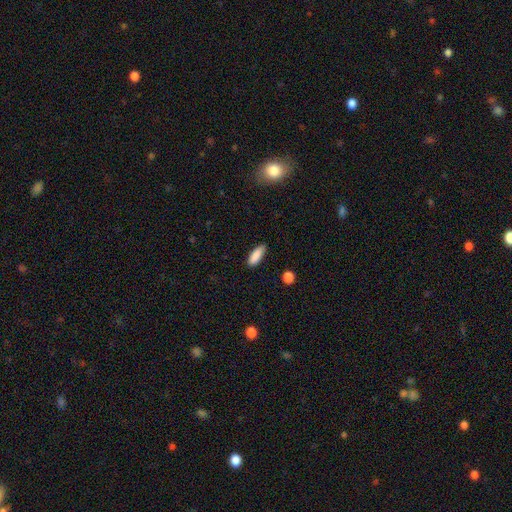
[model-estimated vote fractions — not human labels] Q: Smooth or featured?
A: smooth (88%); runner-up: star or artifact (7%)
Q: How rounded?
A: in between (69%); runner-up: cigar-shaped (29%)
Q: Merging?
A: none (82%); runner-up: minor disturbance (14%)